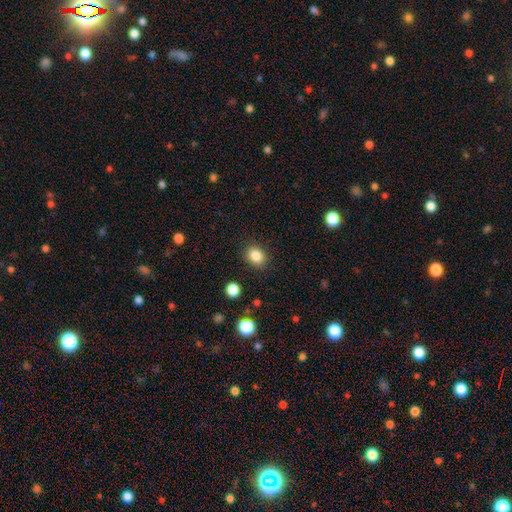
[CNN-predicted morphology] Smooth or featured? Predicted: smooth (p=0.85). How rounded? Predicted: round (p=0.50). Merging? Predicted: none (p=0.87).